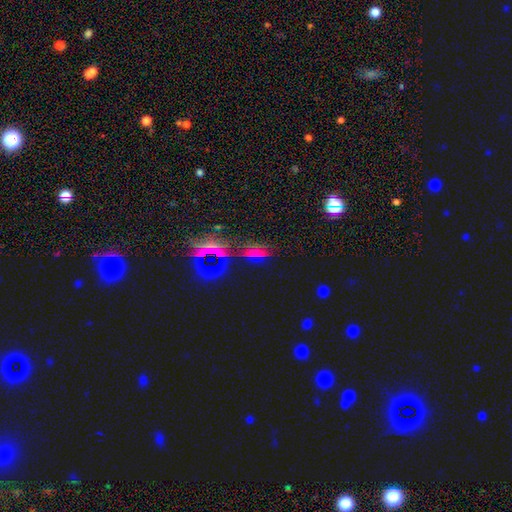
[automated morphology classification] A star or artifact, not a galaxy (63%).

Vote fractions:
- Smooth or featured? star or artifact: 63% / smooth: 26% / featured or disk: 11%